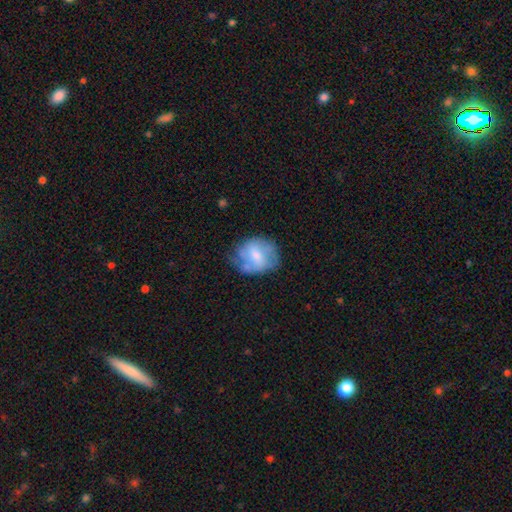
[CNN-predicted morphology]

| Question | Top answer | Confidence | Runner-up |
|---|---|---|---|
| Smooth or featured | smooth | 51% | featured or disk (42%) |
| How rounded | round | 55% | in between (44%) |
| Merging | none | 50% | minor disturbance (31%) |